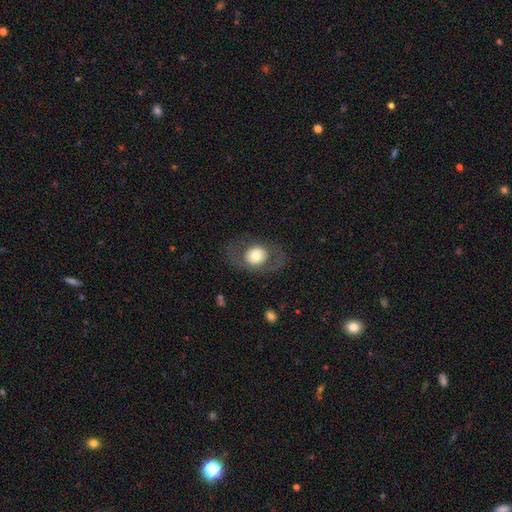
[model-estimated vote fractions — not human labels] Overall: smooth (51%; featured or disk 42%). How rounded: round (57%; in between 41%). Merging: none (75%).